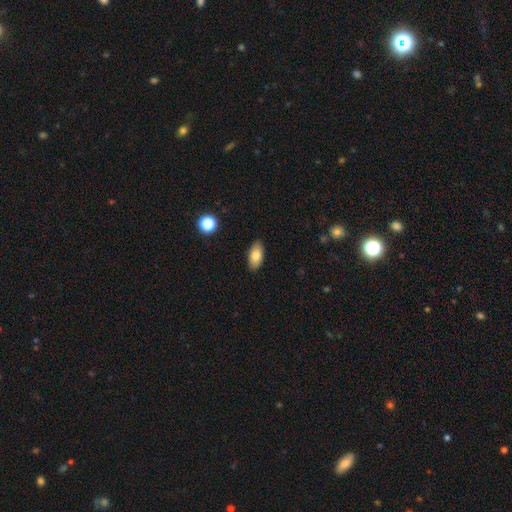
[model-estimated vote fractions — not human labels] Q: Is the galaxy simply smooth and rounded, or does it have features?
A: smooth — 80%.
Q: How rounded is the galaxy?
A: in between — 92%.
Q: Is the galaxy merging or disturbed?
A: none — 88%.